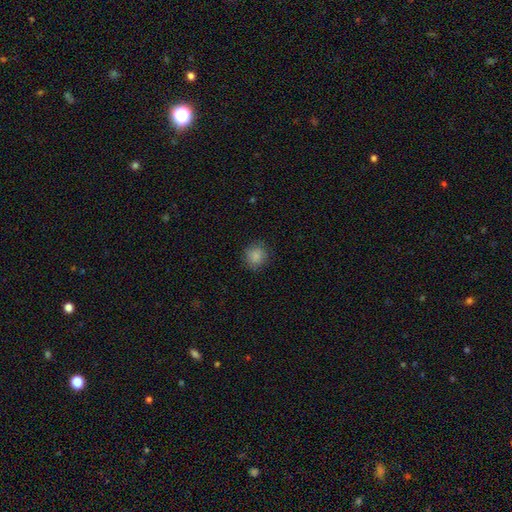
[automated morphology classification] smooth-or-featured: smooth: 86% | star or artifact: 9% | featured or disk: 4%
  how-rounded: round: 87% | in between: 12% | cigar-shaped: 1%
  merging: none: 85% | minor disturbance: 11% | major disturbance: 3% | merger: 1%